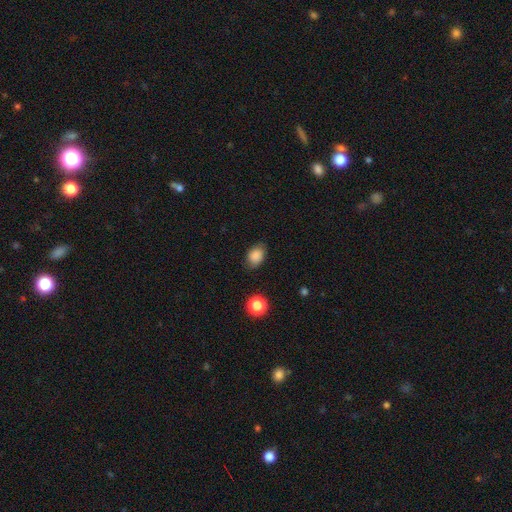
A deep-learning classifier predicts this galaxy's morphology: This is clearly a smooth galaxy (86%). How rounded: likely in between (73%). Merging: likely none (78%).